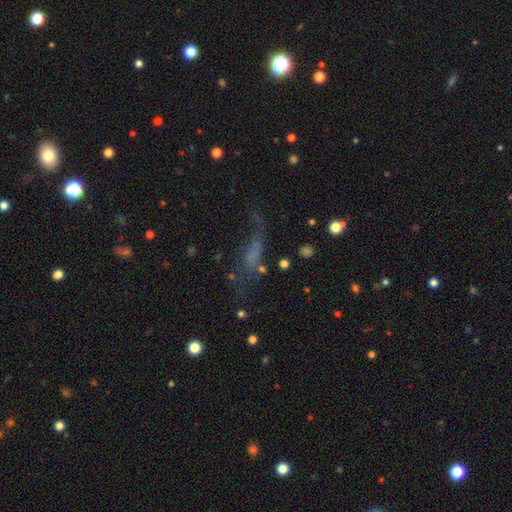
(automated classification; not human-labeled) This is marginally a smooth galaxy (38%). Merging: marginally none (42%).